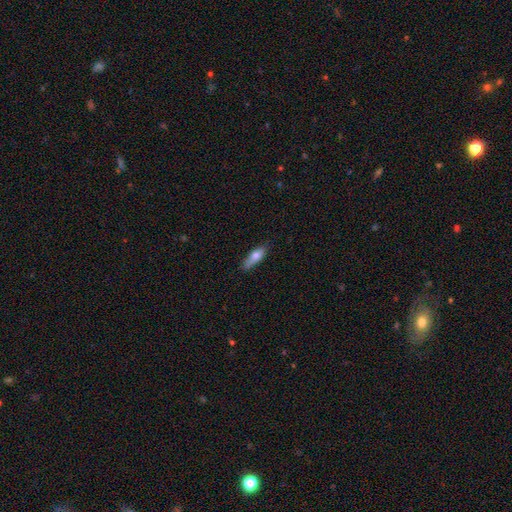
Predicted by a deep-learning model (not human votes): This is likely a smooth galaxy (72%). How rounded: possibly cigar-shaped (53%). Merging: likely none (75%).